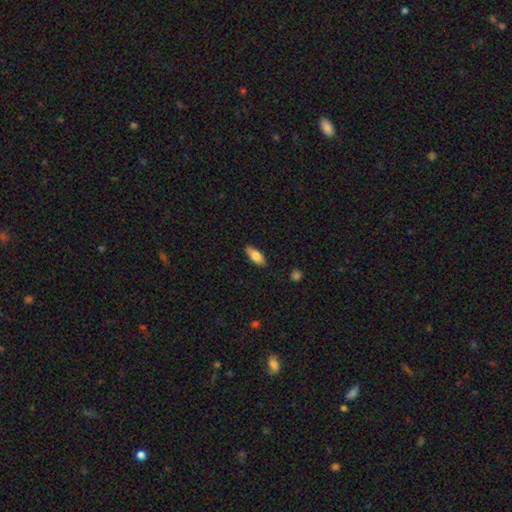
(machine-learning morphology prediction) Q: Smooth or featured?
A: smooth (74%); runner-up: featured or disk (19%)
Q: How rounded?
A: in between (82%); runner-up: cigar-shaped (16%)
Q: Merging?
A: none (86%); runner-up: minor disturbance (11%)